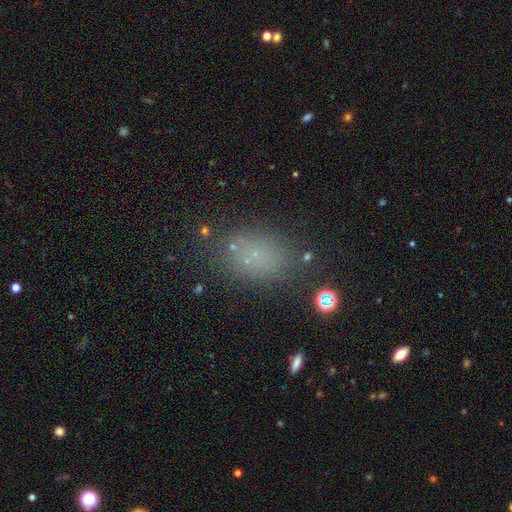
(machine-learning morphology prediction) Smooth or featured? Predicted: smooth (p=0.65). How rounded? Predicted: in between (p=0.81). Merging? Predicted: none (p=0.75).